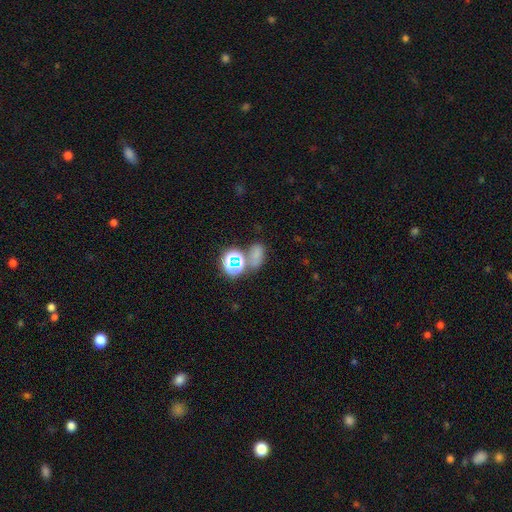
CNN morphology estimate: Q: Smooth or featured?
A: smooth (59%); runner-up: star or artifact (31%)
Q: How rounded?
A: in between (70%); runner-up: round (28%)
Q: Merging?
A: none (52%); runner-up: merger (26%)